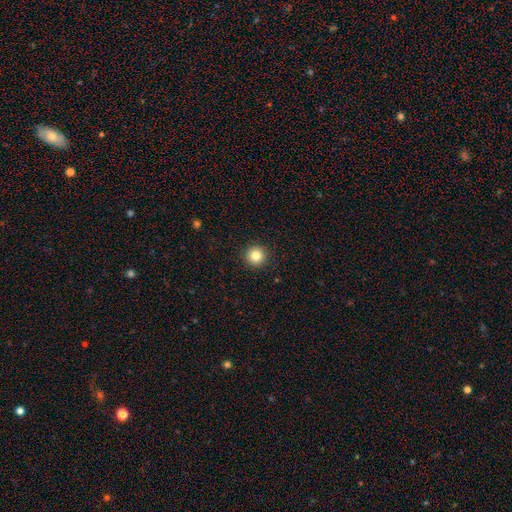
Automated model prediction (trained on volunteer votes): A smooth galaxy with no disk features (83%) that is round (96%). Merging: none (93%).